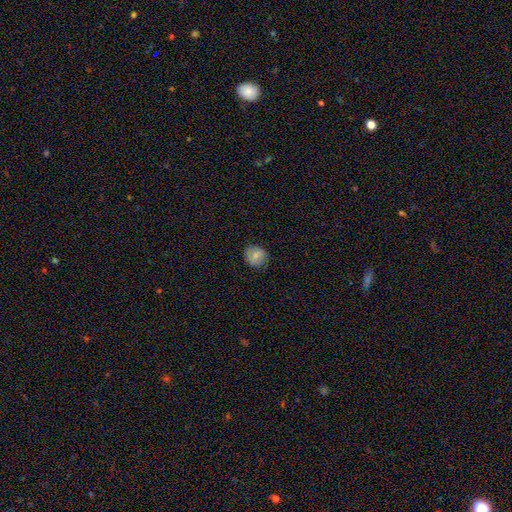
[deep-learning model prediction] Smooth or featured? smooth (75%)
How rounded? round (81%)
Merging? none (80%)